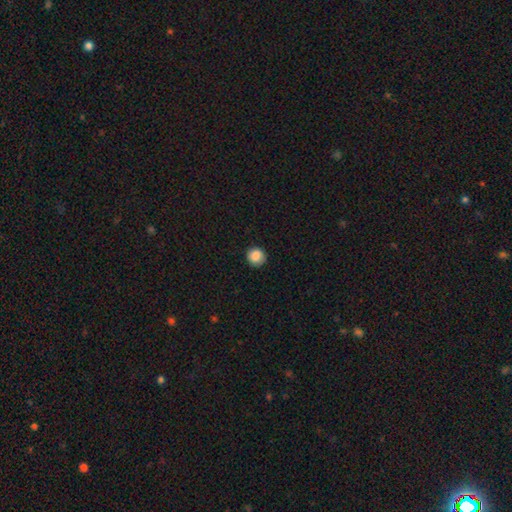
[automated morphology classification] A smooth galaxy with no disk features (86%) that is round (91%). Merging: none (86%).